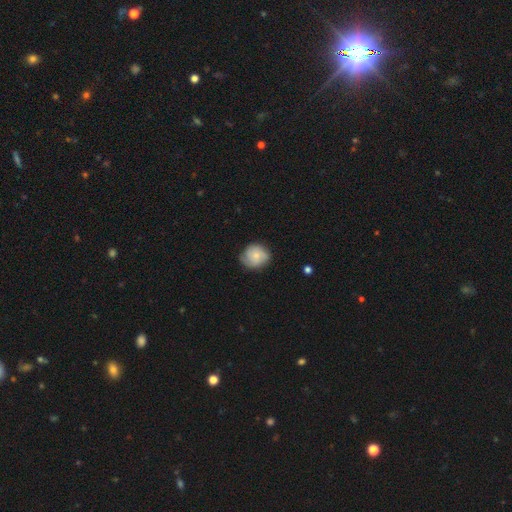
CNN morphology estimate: Smooth or featured? Predicted: smooth (p=0.58). How rounded? Predicted: round (p=0.80). Merging? Predicted: none (p=0.70).